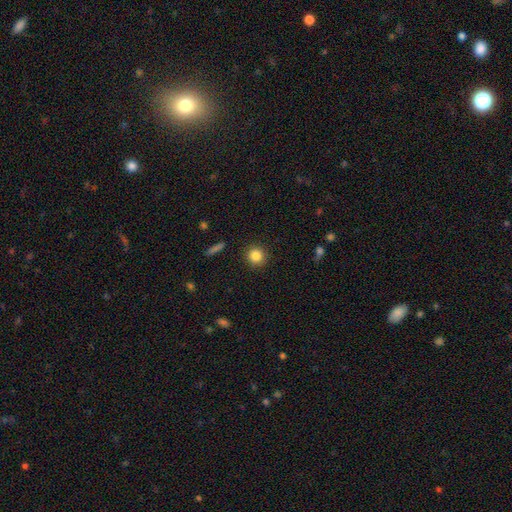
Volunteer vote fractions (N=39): Smooth or featured? 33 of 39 (85%) said smooth. How rounded? 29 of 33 (88%) said round. Merging? 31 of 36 (86%) said none.